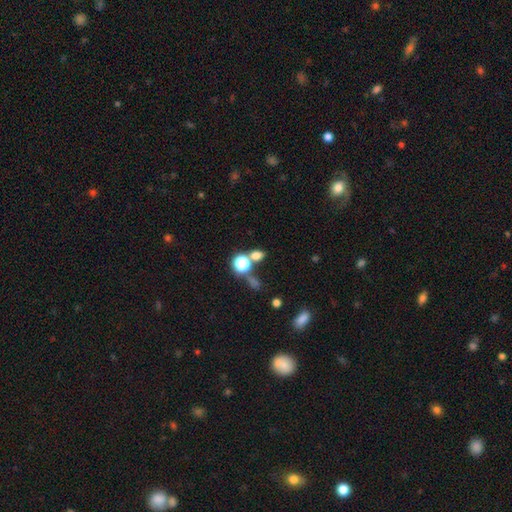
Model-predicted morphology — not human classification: This is likely a smooth galaxy (67%). How rounded: possibly in between (55%). Merging: possibly none (57%).